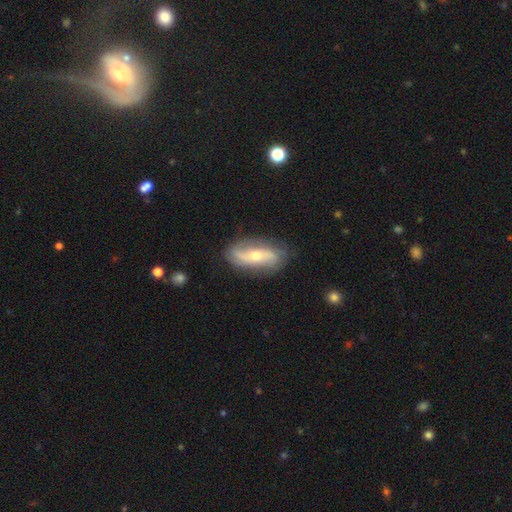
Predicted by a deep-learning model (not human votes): Smooth or featured?
  - featured or disk: 74% *
  - smooth: 20%
  - star or artifact: 6%
Edge-on disk?
  - no: 87% *
  - yes: 13%
Bar?
  - no: 46% *
  - strong: 28%
  - weak: 26%
Spiral arms?
  - yes: 85% *
  - no: 15%
Spiral winding?
  - loose: 60% *
  - medium: 26%
  - tight: 14%
Spiral arm count?
  - 2: 86% *
  - can't tell: 7%
  - 1: 3%
  - 3: 1%
  - 4: 1%
  - more than 4: 1%
Bulge size?
  - moderate: 53% *
  - small: 43%
  - large: 3%
  - none: 1%
  - dominant: 1%
Merging?
  - none: 77% *
  - minor disturbance: 16%
  - major disturbance: 5%
  - merger: 2%